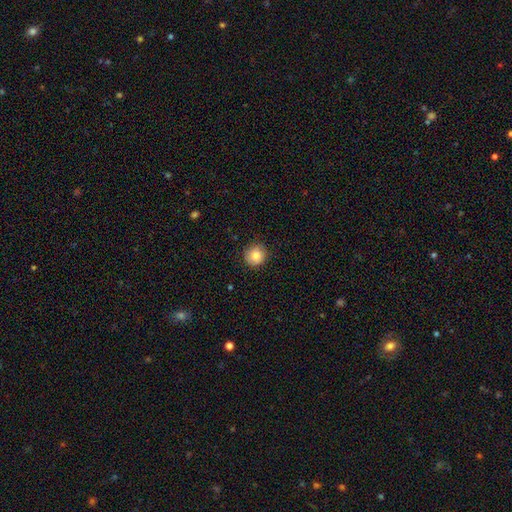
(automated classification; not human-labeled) This is clearly a smooth galaxy (83%). How rounded: clearly round (94%). Merging: clearly none (89%).